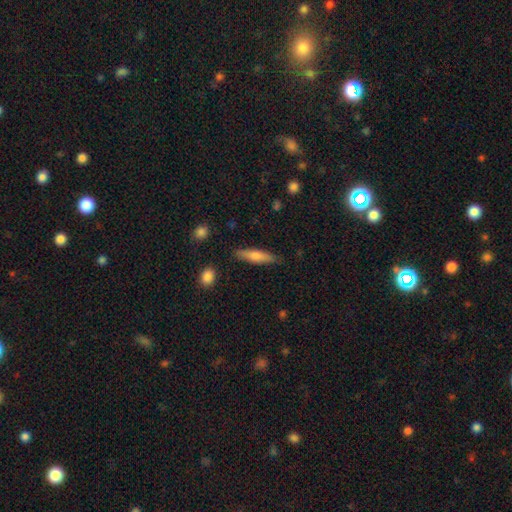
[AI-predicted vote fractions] A smooth galaxy with no disk features (64%) that is cigar-shaped (77%). Merging: none (86%).